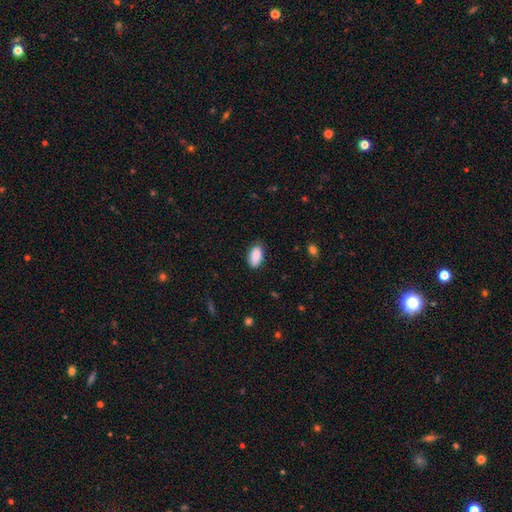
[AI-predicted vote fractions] The model was most divided on "merging": none: 83%, minor disturbance: 13%, major disturbance: 3%, merger: 1%. More confident: how rounded — in between (93%); smooth or featured — smooth (89%).